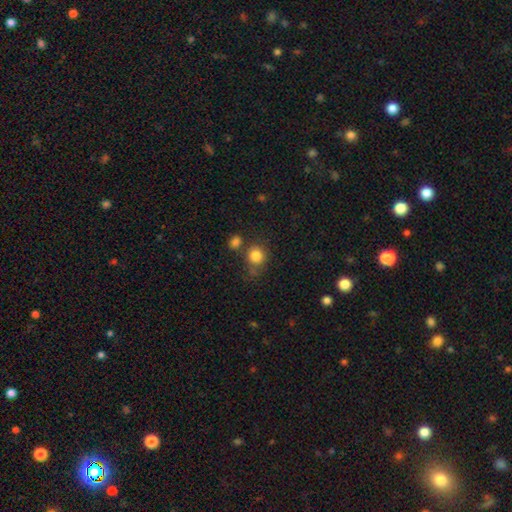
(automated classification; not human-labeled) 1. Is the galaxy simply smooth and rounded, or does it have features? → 84% smooth, 10% star or artifact, 6% featured or disk.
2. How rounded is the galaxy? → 85% round, 14% in between, 1% cigar-shaped.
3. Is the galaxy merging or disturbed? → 65% none, 15% merger, 15% minor disturbance, 6% major disturbance.